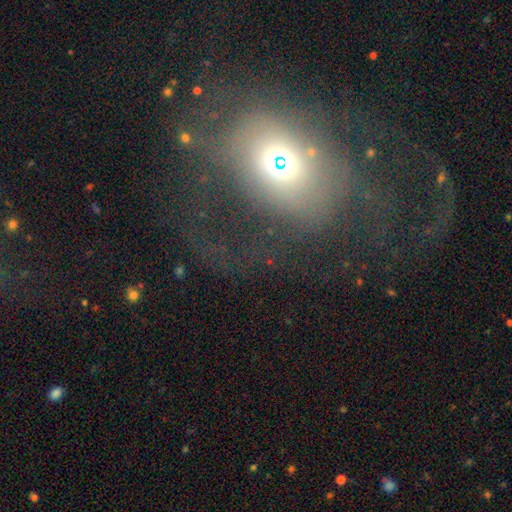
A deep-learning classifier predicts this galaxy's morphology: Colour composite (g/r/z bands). It shows a featured or disk galaxy (47%). Merging: major disturbance (44%).